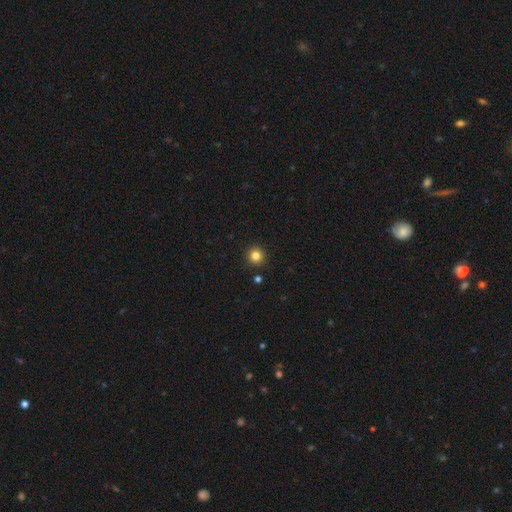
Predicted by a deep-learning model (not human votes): A smooth galaxy with no disk features (83%) that is round (95%). Merging: none (92%).